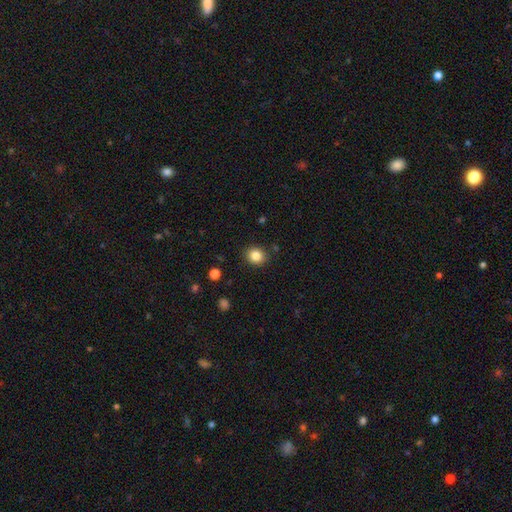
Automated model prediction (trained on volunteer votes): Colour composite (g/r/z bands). It shows a smooth galaxy with no disk features (84%) that is round (76%). Merging: none (89%).